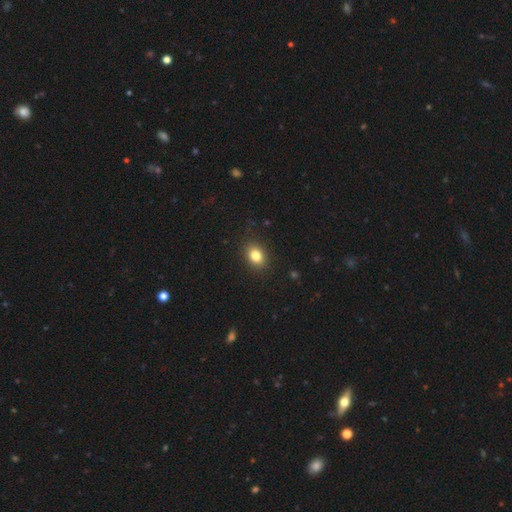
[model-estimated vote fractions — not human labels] Smooth or featured? Predicted: smooth (p=0.82). How rounded? Predicted: in between (p=0.60). Merging? Predicted: none (p=0.88).